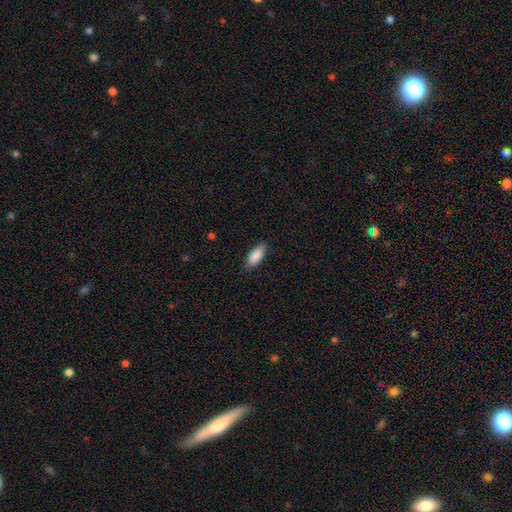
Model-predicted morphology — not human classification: Smooth or featured: smooth — 88% (star or artifact — 6%)
How rounded: in between — 79% (cigar-shaped — 19%)
Merging: none — 85% (minor disturbance — 12%)